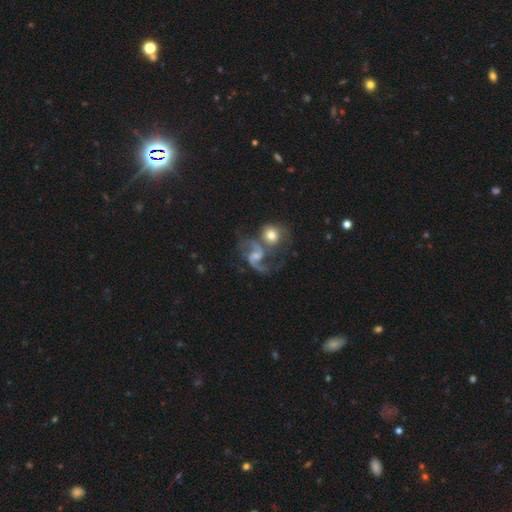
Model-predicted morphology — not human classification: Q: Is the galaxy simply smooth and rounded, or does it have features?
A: featured or disk — 85%.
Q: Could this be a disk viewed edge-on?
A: no — 98%.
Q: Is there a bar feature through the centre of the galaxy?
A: weak — 47%.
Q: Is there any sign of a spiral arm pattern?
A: yes — 96%.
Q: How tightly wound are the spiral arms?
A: loose — 56%.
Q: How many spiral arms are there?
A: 2 — 90%.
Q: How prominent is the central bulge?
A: small — 44%.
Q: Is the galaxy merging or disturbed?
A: none — 36%, tied with merger.